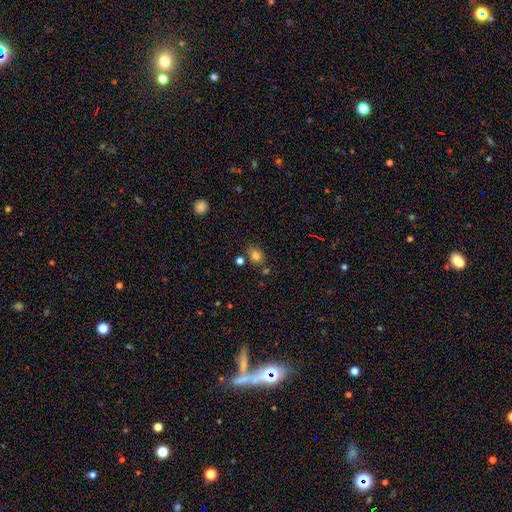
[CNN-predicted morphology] Smooth or featured: smooth — 78% (star or artifact — 15%)
How rounded: round — 53% (in between — 46%)
Merging: none — 75% (minor disturbance — 13%)